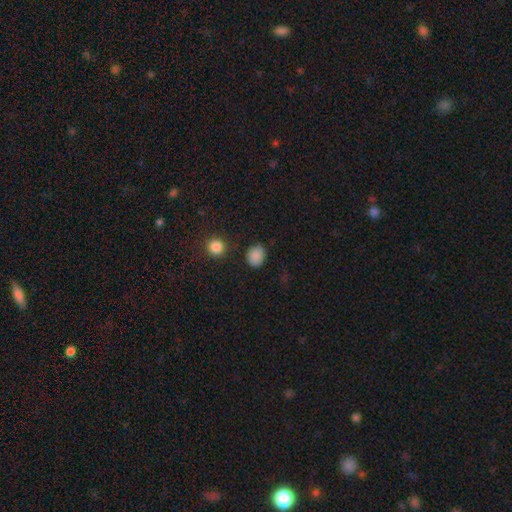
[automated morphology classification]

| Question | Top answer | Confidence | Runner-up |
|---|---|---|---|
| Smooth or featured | smooth | 85% | star or artifact (11%) |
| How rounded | round | 53% | in between (46%) |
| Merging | none | 78% | minor disturbance (15%) |